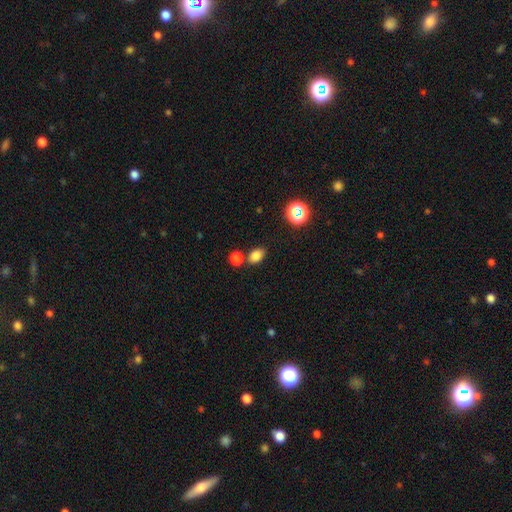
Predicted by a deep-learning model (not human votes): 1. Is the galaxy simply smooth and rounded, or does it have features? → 82% smooth, 12% star or artifact, 5% featured or disk.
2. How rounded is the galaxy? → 78% in between, 21% round, 1% cigar-shaped.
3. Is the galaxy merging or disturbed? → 72% none, 14% merger, 11% minor disturbance, 3% major disturbance.